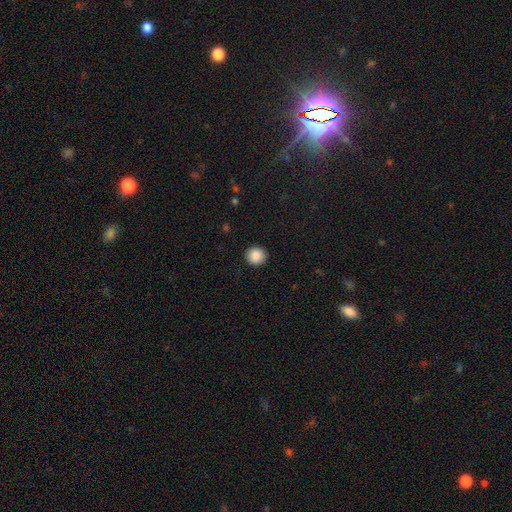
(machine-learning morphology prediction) Overall: smooth (89%). How rounded: round (91%). Merging: none (92%).